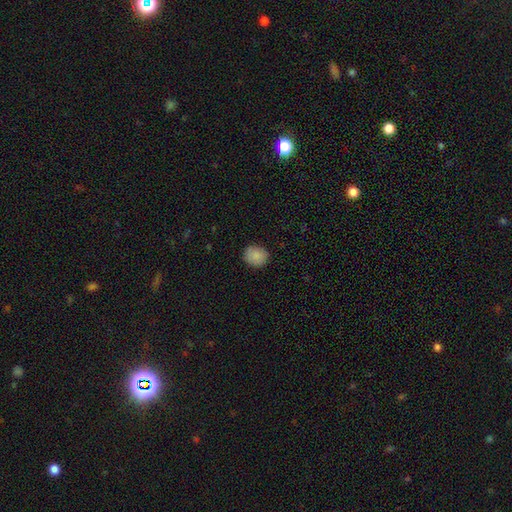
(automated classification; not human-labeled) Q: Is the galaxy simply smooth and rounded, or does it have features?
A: smooth — 87%.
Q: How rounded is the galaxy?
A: round — 68%.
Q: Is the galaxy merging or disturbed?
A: none — 87%.